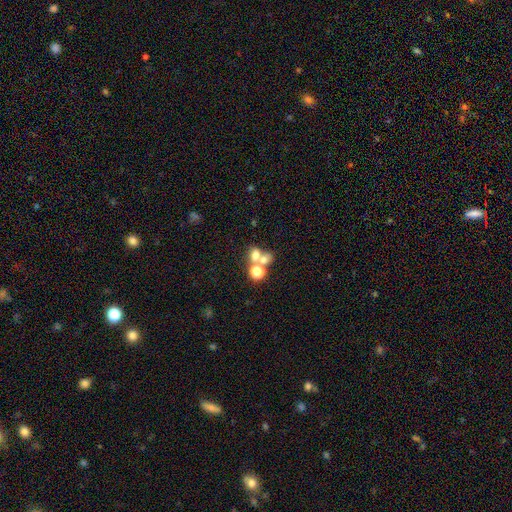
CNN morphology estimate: Smooth or featured? Predicted: smooth (p=0.62). How rounded? Predicted: round (p=0.60). Merging? Predicted: merger (p=0.52).